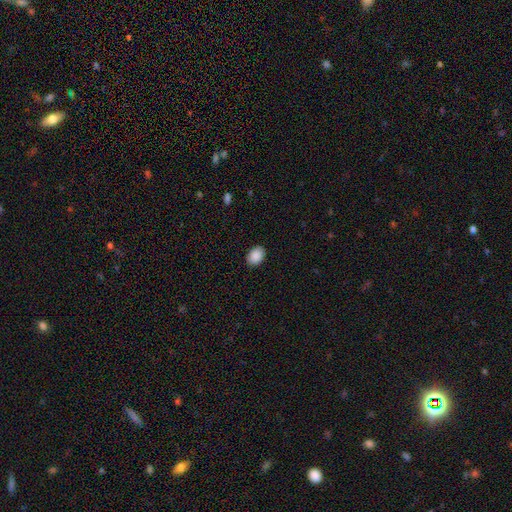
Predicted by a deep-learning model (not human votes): A smooth galaxy with no disk features (90%) that is in between round and cigar-shaped (78%). Merging: none (89%).